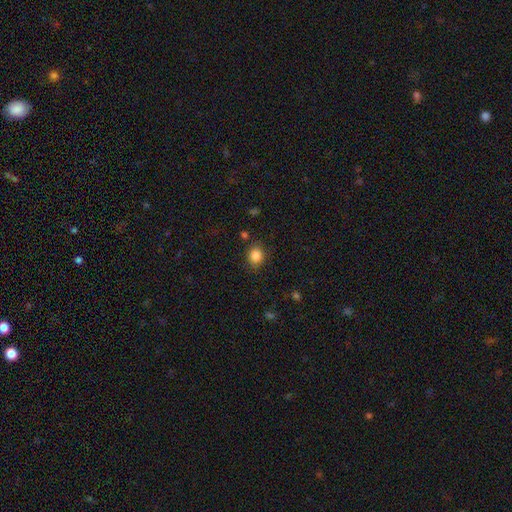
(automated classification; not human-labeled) The model was most divided on "how rounded": round: 66%, in between: 33%, cigar-shaped: 1%. More confident: smooth or featured — smooth (85%); merging — none (83%).